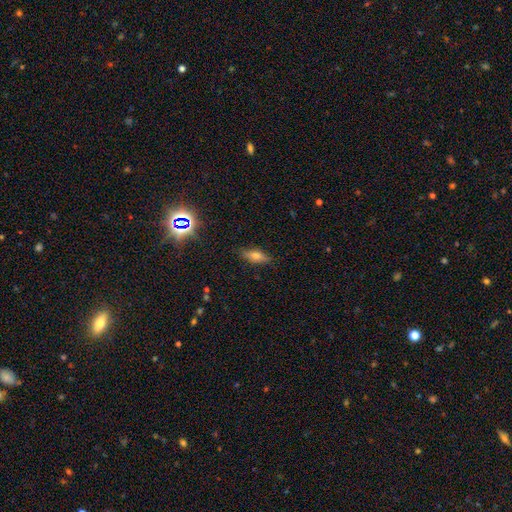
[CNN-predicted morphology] type=smooth (56%); roundness=in between (59%); merging=none (84%).